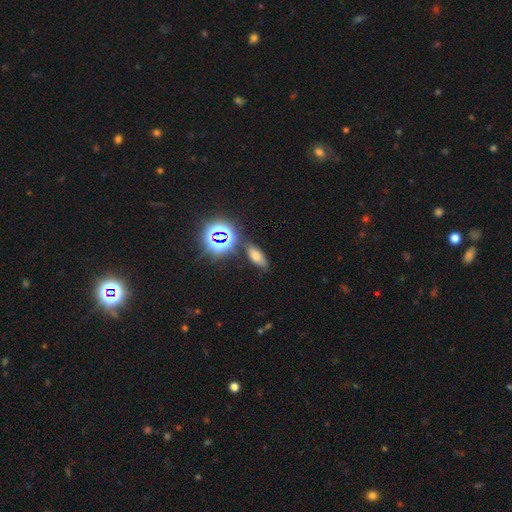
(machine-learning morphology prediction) Smooth or featured? smooth (59%)
How rounded? in between (76%)
Merging? none (78%)